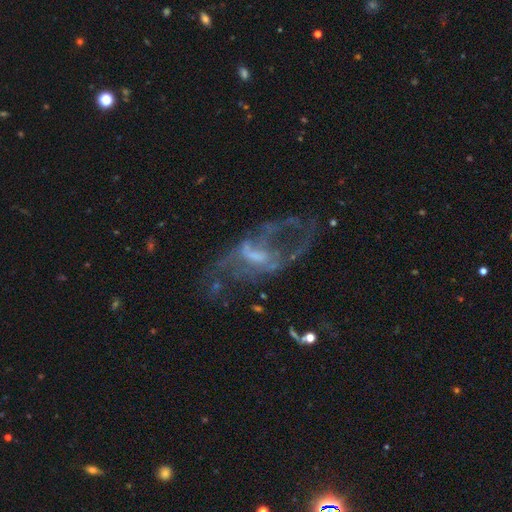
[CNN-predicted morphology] Smooth or featured: featured or disk — 74% (star or artifact — 13%)
Edge-on disk: no — 94% (yes — 6%)
Bar: weak — 43% (no — 38%)
Spiral arms: yes — 55% (no — 45%)
Bulge size: small — 37% (none — 31%)
Merging: major disturbance — 40% (none — 38%)